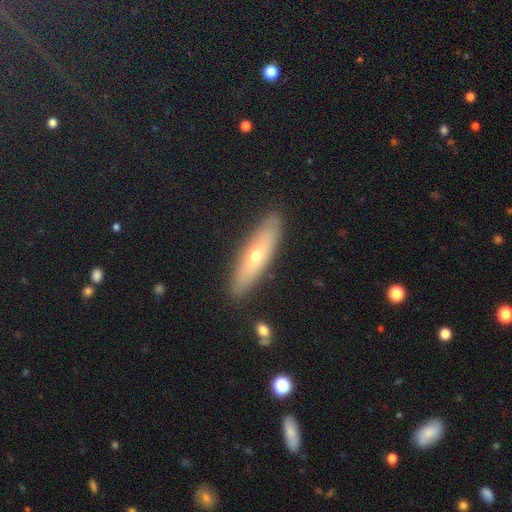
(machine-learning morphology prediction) This is possibly a smooth galaxy (48%). Merging: clearly none (88%).